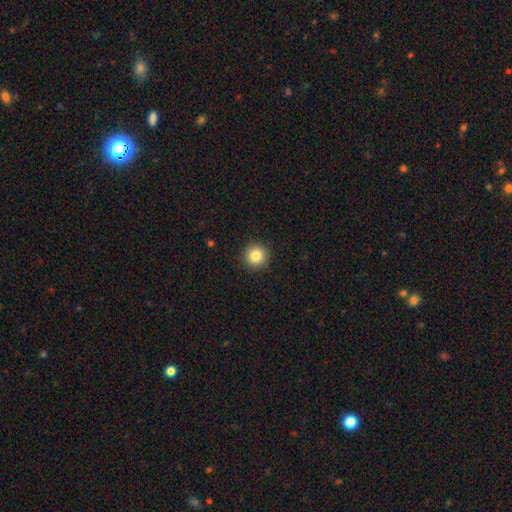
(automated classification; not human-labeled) smooth 84%, star or artifact 10%, featured or disk 6%. Down the decision tree: how rounded — round (95%); merging — none (92%).